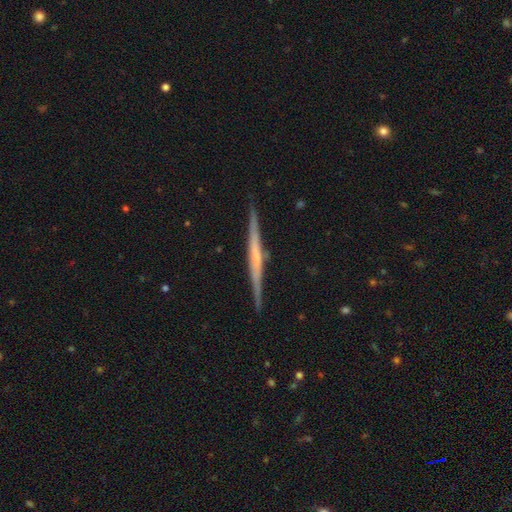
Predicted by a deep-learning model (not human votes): Smooth or featured: featured or disk — 73% (smooth — 21%)
Edge-on disk: yes — 98% (no — 2%)
Edge-on bulge: none — 60% (rounded — 26%)
Merging: none — 90% (minor disturbance — 7%)